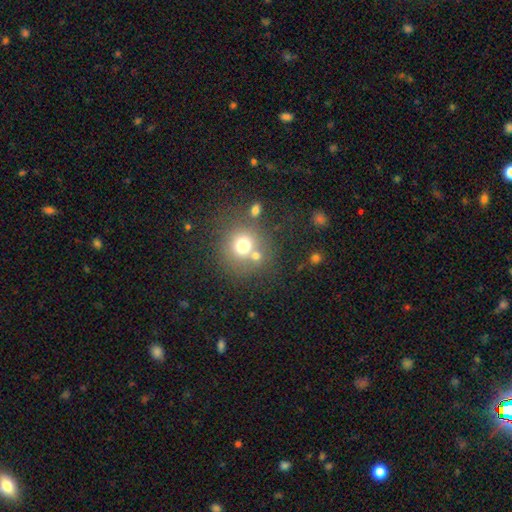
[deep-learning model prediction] Smooth or featured?
  - smooth: 70% *
  - star or artifact: 15%
  - featured or disk: 15%
How rounded?
  - round: 87% *
  - in between: 12%
  - cigar-shaped: 1%
Merging?
  - none: 59% *
  - merger: 25%
  - minor disturbance: 10%
  - major disturbance: 6%